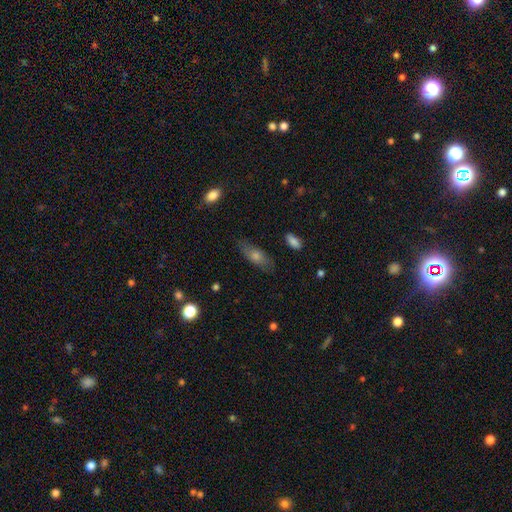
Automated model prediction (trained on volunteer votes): Smooth or featured? Predicted: smooth (p=0.56). How rounded? Predicted: in between (p=0.62). Merging? Predicted: none (p=0.79).